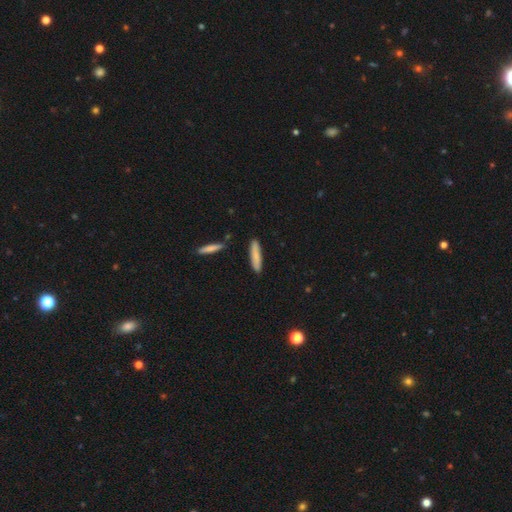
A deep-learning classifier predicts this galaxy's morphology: Overall: smooth (79%). How rounded: cigar-shaped (83%). Merging: none (86%).